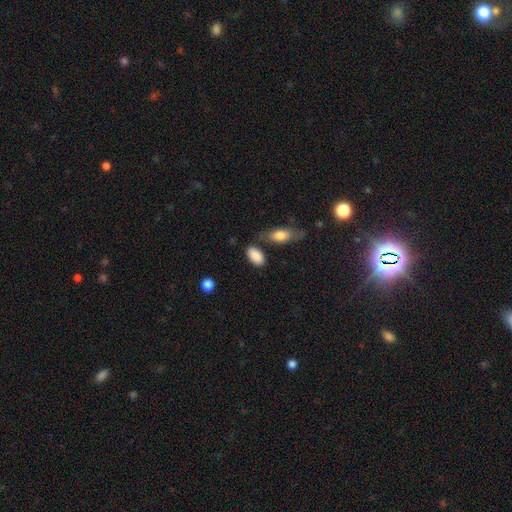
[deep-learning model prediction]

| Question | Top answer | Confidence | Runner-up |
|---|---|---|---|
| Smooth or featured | smooth | 88% | star or artifact (6%) |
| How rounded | in between | 93% | round (4%) |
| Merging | none | 72% | minor disturbance (16%) |